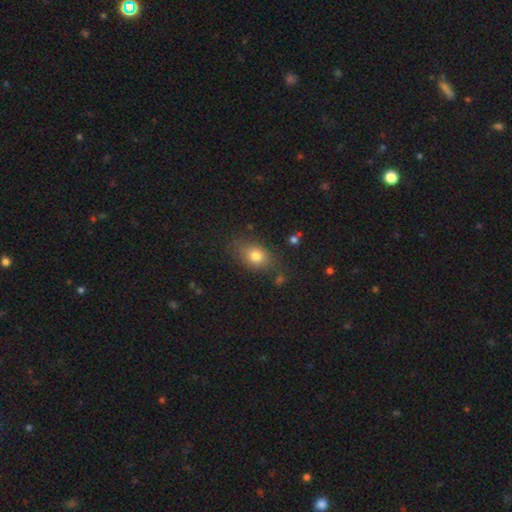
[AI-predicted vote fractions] This is likely a smooth galaxy (79%). How rounded: likely in between (67%). Merging: likely none (75%).